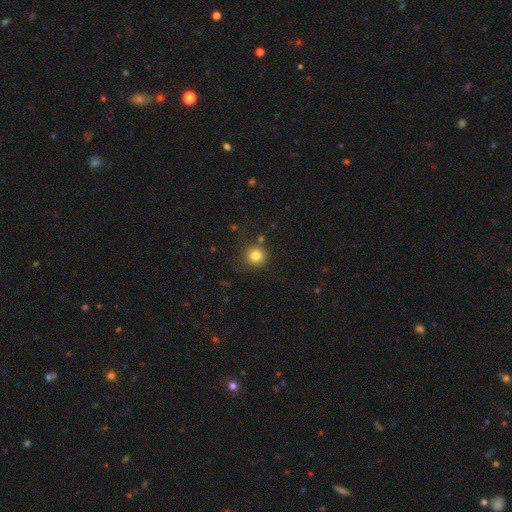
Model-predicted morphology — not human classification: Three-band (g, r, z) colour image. It shows a smooth galaxy with no disk features (82%) that is round (94%). Merging: none (85%).